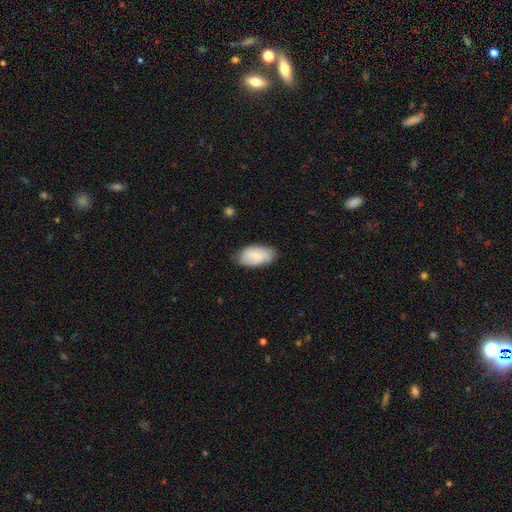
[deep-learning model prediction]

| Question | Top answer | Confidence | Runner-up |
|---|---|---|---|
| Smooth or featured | smooth | 68% | featured or disk (26%) |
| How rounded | in between | 94% | round (4%) |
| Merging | none | 71% | minor disturbance (23%) |